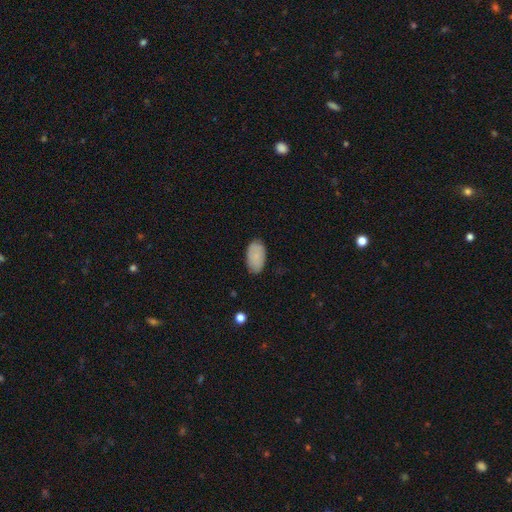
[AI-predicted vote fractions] Smooth or featured?
  - smooth: 82% *
  - featured or disk: 11%
  - star or artifact: 7%
How rounded?
  - in between: 94% *
  - round: 4%
  - cigar-shaped: 2%
Merging?
  - none: 83% *
  - minor disturbance: 13%
  - major disturbance: 3%
  - merger: 1%